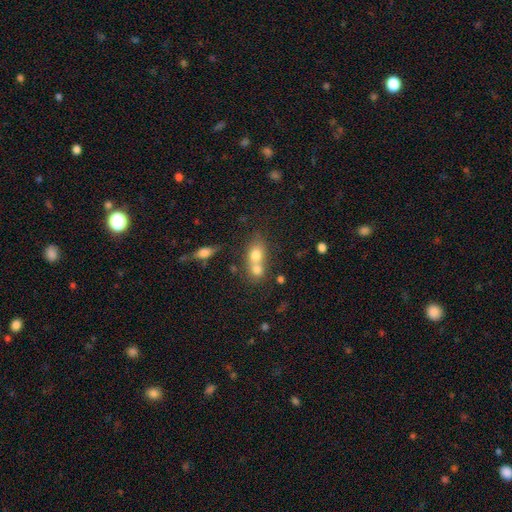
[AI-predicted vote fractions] smooth_or_featured: smooth (p=0.73) [alt: featured or disk p=0.17]
how_rounded: in between (p=0.56) [alt: round p=0.41]
merging: merger (p=0.64) [alt: none p=0.25]